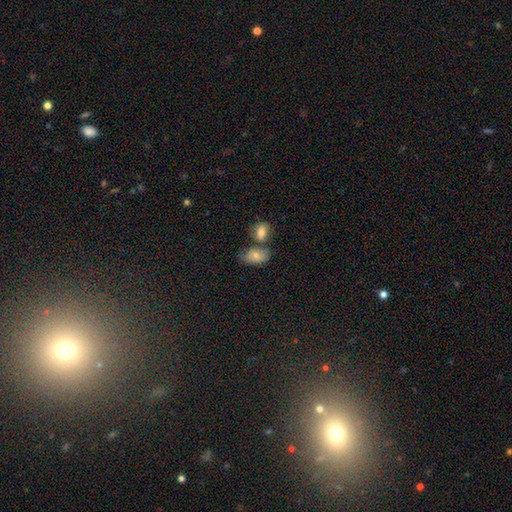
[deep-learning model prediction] A smooth galaxy with no disk features (79%) that is in between round and cigar-shaped (89%).

Vote fractions:
- Smooth or featured? smooth: 79% / featured or disk: 13% / star or artifact: 8%
- How rounded? in between: 89% / round: 9% / cigar-shaped: 2%
- Merging? none: 47% / merger: 31% / minor disturbance: 17% / major disturbance: 5%